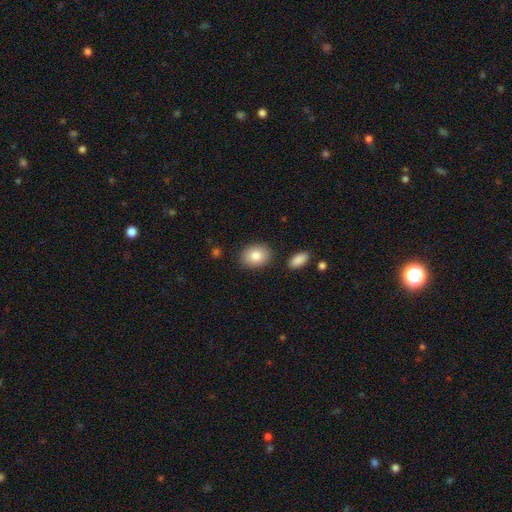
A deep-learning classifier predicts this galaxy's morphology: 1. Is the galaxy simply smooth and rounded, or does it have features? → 84% smooth, 8% featured or disk, 7% star or artifact.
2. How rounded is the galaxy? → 61% in between, 38% round, 1% cigar-shaped.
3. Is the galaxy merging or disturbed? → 85% none, 9% minor disturbance, 3% merger, 2% major disturbance.